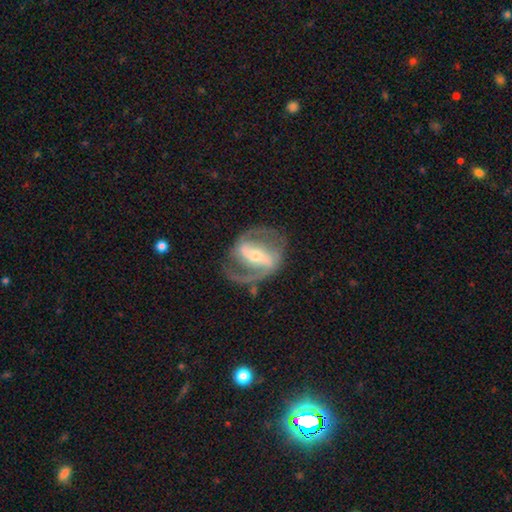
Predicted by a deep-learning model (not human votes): This appears to be a featured or disk galaxy (88%) with a strong bar (66%), 2 (87%) medium (54%) spiral arms (93%) and a small central bulge (54%). Merging: none (72%).